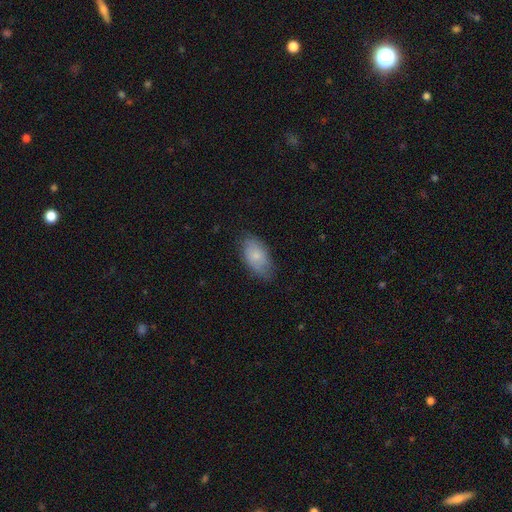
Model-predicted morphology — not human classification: The model was most divided on "merging": none: 70%, minor disturbance: 24%, major disturbance: 5%, merger: 1%. More confident: how rounded — in between (93%); smooth or featured — smooth (73%).